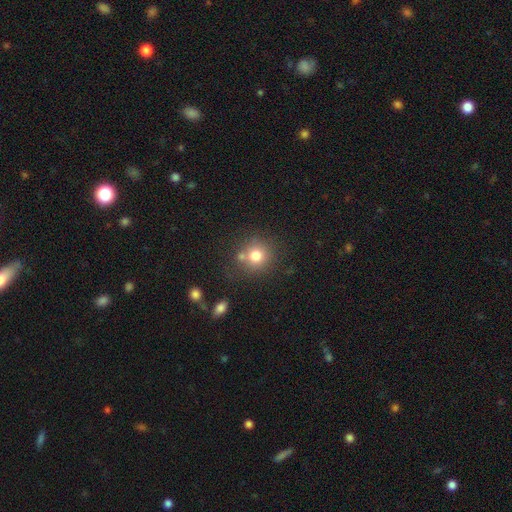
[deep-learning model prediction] A smooth galaxy with no disk features (76%) that is round (89%).

Vote fractions:
- Smooth or featured? smooth: 76% / star or artifact: 13% / featured or disk: 11%
- How rounded? round: 89% / in between: 10% / cigar-shaped: 1%
- Merging? none: 68% / merger: 16% / minor disturbance: 12% / major disturbance: 4%